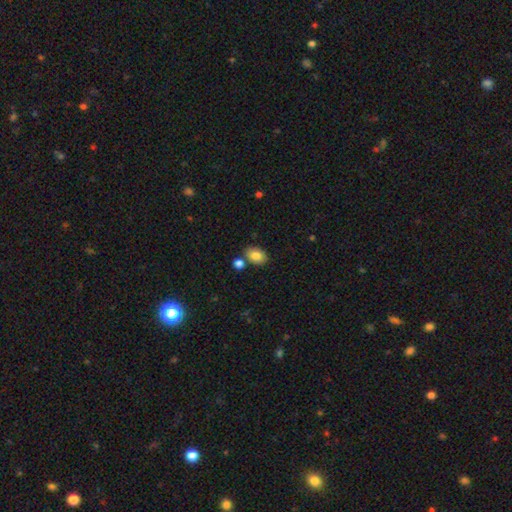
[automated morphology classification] A smooth galaxy with no disk features (83%) that is in between round and cigar-shaped (79%).

Vote fractions:
- Smooth or featured? smooth: 83% / featured or disk: 9% / star or artifact: 9%
- How rounded? in between: 79% / round: 20% / cigar-shaped: 1%
- Merging? none: 74% / merger: 13% / minor disturbance: 11% / major disturbance: 3%